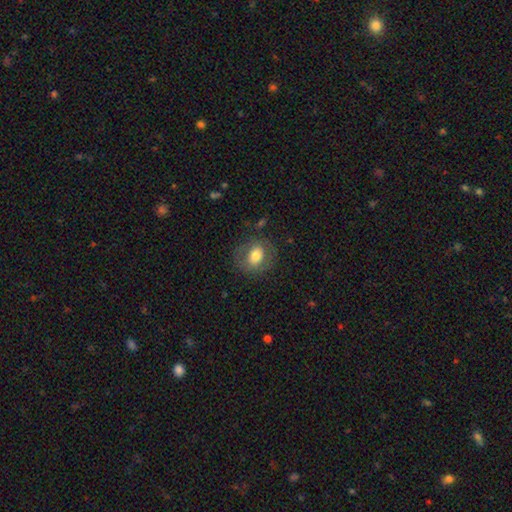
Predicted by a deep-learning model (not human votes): Smooth or featured? smooth (66%)
How rounded? round (58%)
Merging? none (75%)